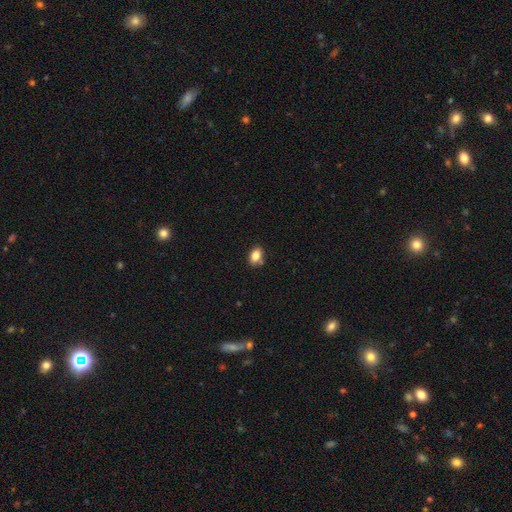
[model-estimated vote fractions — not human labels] Morphology: type=smooth (83%); roundness=in between (81%); merging=none (76%).